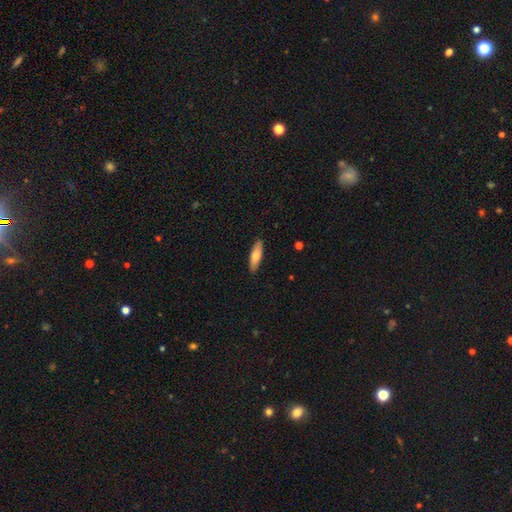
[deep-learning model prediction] Smooth or featured?
  - smooth: 72% *
  - featured or disk: 23%
  - star or artifact: 6%
How rounded?
  - cigar-shaped: 54% *
  - in between: 44%
  - round: 2%
Merging?
  - none: 89% *
  - minor disturbance: 8%
  - major disturbance: 2%
  - merger: 1%